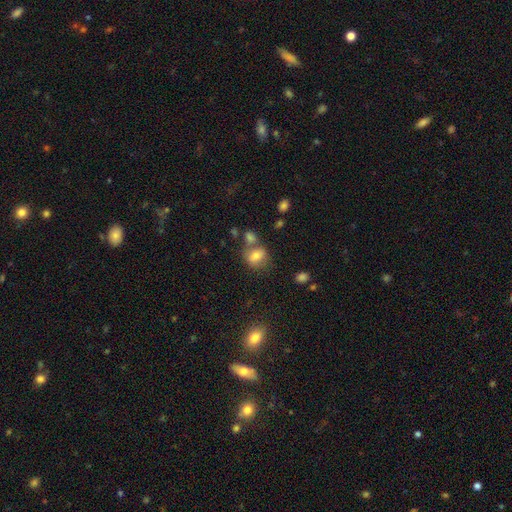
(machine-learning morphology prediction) Smooth or featured: smooth — 74% (featured or disk — 15%)
How rounded: round — 51% (in between — 47%)
Merging: none — 53% (merger — 26%)